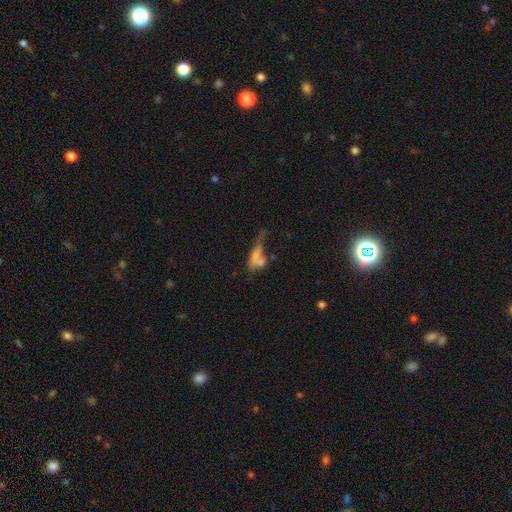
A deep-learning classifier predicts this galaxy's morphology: This appears to be a smooth galaxy with no disk features (41%). Merging: major disturbance (29%).